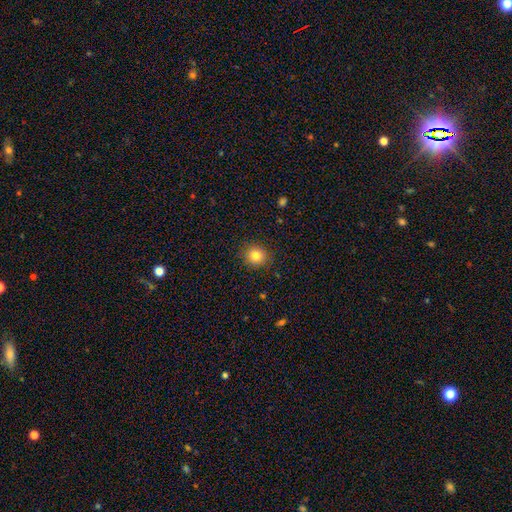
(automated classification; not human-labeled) Morphology: type=smooth (82%); roundness=round (87%); merging=none (89%).